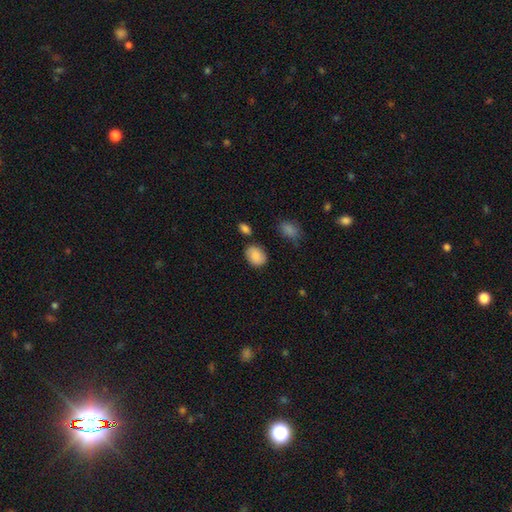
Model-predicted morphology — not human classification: Smooth or featured? smooth (84%)
How rounded? in between (59%)
Merging? none (74%)